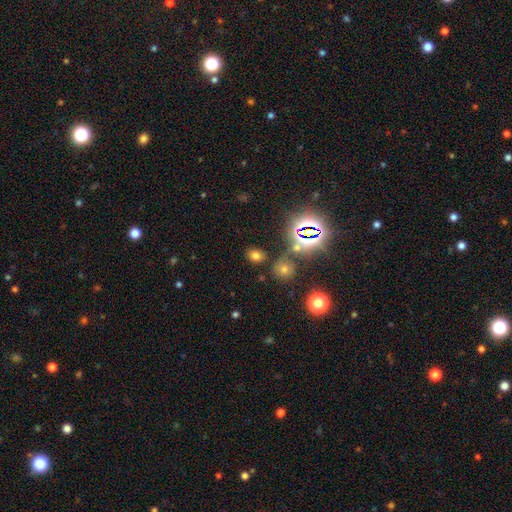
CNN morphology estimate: Smooth or featured? smooth (64%)
How rounded? in between (53%)
Merging? none (82%)